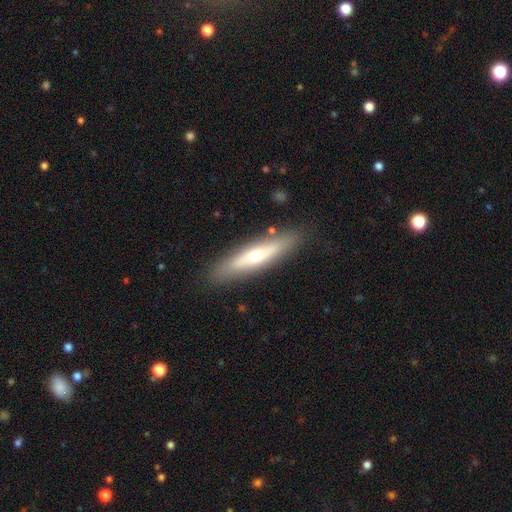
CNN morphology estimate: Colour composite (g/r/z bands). It shows a featured or disk galaxy (49%). Merging: none (85%).